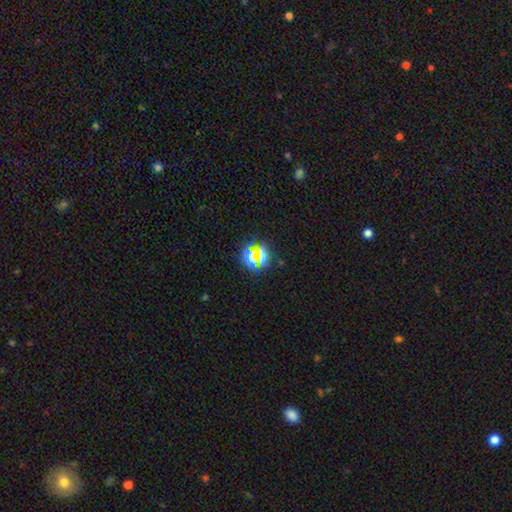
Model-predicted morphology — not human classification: Smooth or featured? star or artifact (63%)